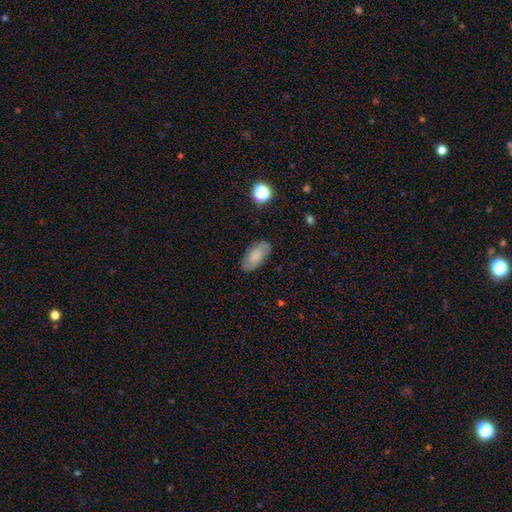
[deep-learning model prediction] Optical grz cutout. It shows a smooth galaxy with no disk features (67%) that is in between round and cigar-shaped (90%). Merging: none (82%).